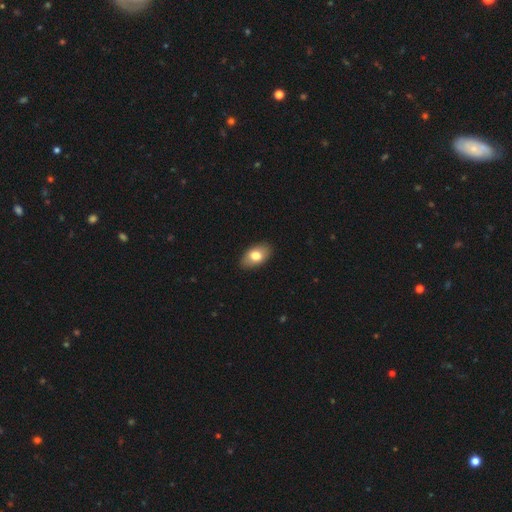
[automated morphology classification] This appears to be a smooth galaxy with no disk features (78%) that is in between round and cigar-shaped (91%). Merging: none (88%).